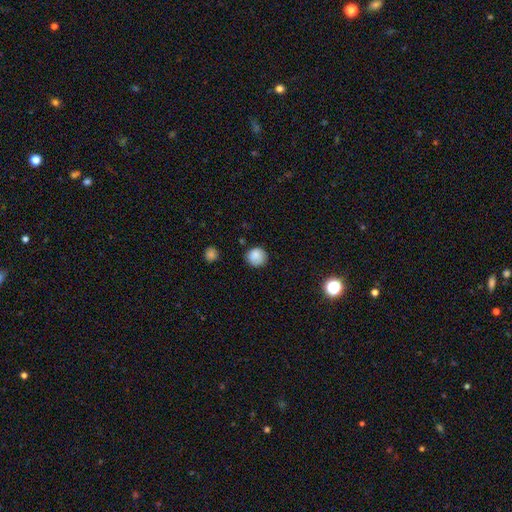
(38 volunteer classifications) A smooth galaxy with no disk features (89%) that is round (97%).

Vote fractions:
- Smooth or featured? smooth: 89% / star or artifact: 8% / featured or disk: 3%
- How rounded? round: 97% / in between: 3% / cigar-shaped: 0%
- Merging? none: 80% / minor disturbance: 20% / major disturbance: 0% / merger: 0%